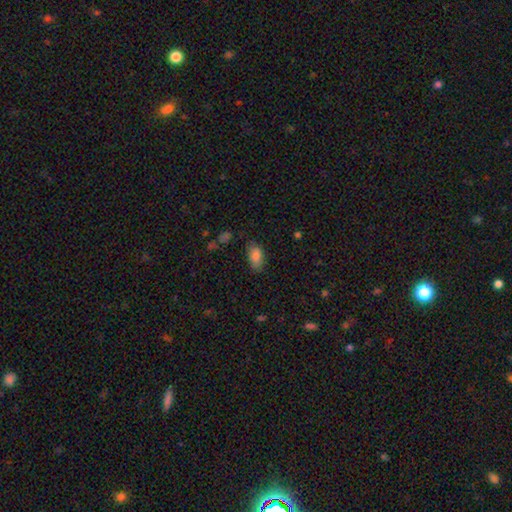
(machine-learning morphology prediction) type=smooth (85%); roundness=in between (92%); merging=none (77%).